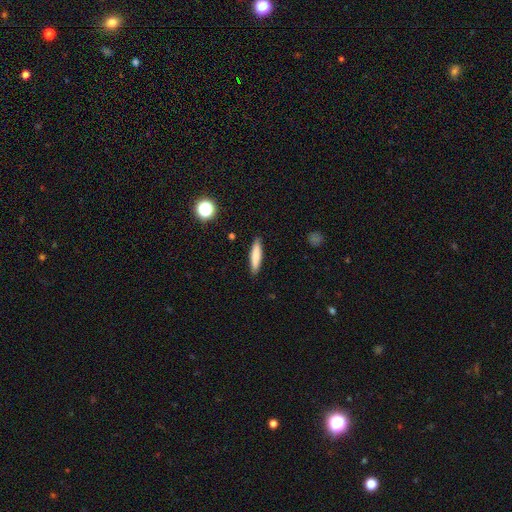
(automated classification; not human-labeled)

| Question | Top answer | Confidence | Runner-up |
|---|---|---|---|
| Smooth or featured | smooth | 78% | featured or disk (15%) |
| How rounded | cigar-shaped | 81% | in between (18%) |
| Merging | none | 89% | minor disturbance (8%) |